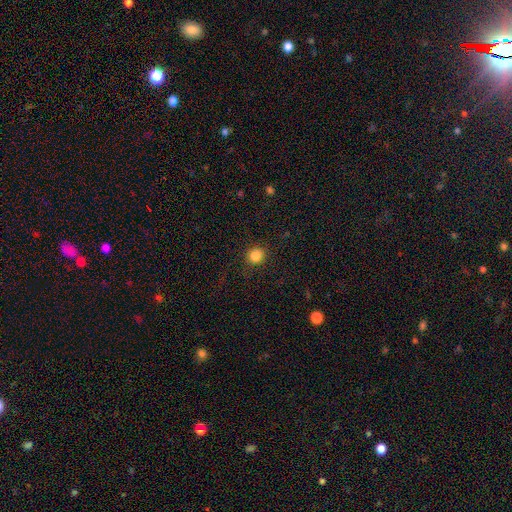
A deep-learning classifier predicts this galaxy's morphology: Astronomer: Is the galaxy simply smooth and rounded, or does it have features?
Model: smooth — 84%.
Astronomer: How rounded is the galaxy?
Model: round — 89%.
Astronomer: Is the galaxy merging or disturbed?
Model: none — 89%.